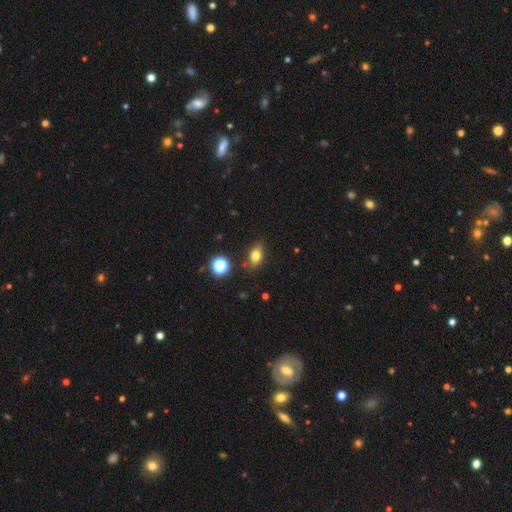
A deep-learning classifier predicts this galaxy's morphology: A smooth galaxy with no disk features (76%) that is in between round and cigar-shaped (76%). Merging: none (83%).